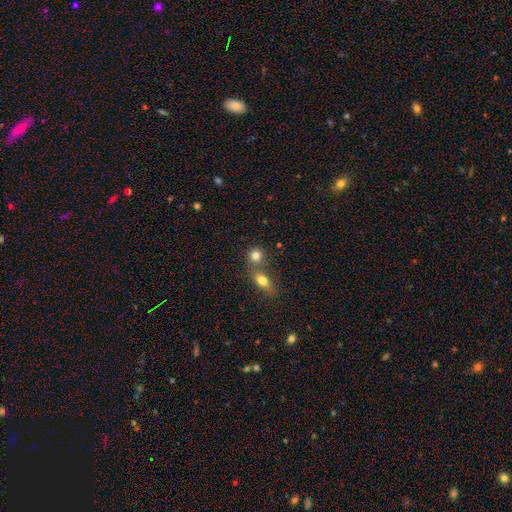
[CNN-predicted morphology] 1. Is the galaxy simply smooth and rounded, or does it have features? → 80% smooth, 12% star or artifact, 9% featured or disk.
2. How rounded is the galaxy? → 78% round, 21% in between, 2% cigar-shaped.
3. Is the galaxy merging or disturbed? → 48% none, 41% merger, 7% minor disturbance, 3% major disturbance.